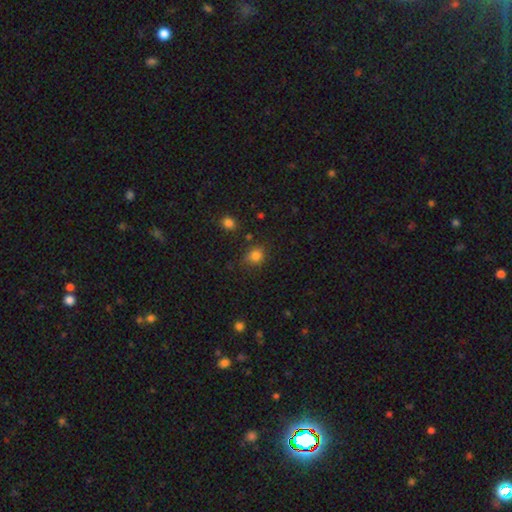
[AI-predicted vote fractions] smooth_or_featured: smooth (p=0.82) [alt: star or artifact p=0.13]
how_rounded: round (p=0.68) [alt: in between p=0.31]
merging: none (p=0.76) [alt: minor disturbance p=0.16]